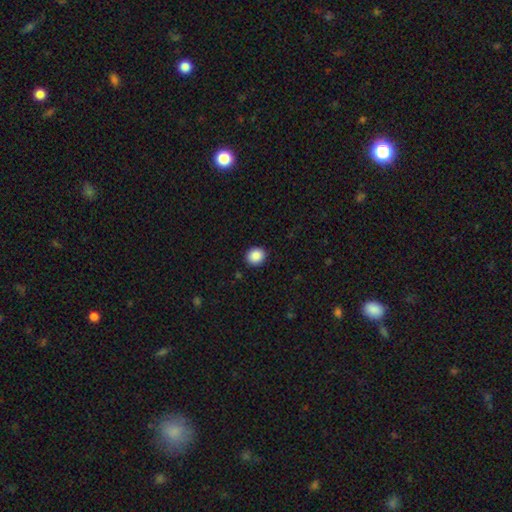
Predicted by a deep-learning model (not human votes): A smooth galaxy with no disk features (89%) that is round (78%). Merging: none (91%).